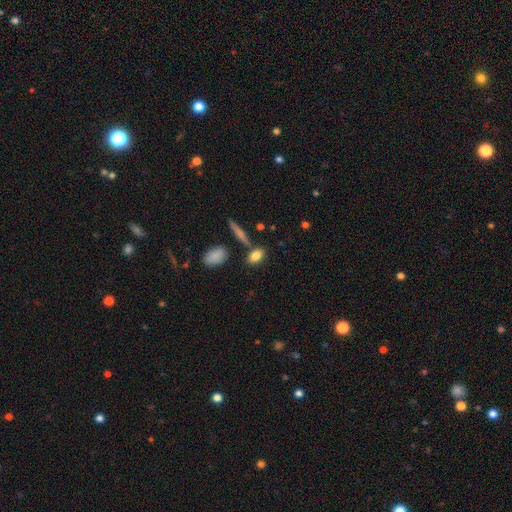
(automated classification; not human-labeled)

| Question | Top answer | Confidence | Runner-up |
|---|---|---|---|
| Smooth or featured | smooth | 81% | featured or disk (11%) |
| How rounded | in between | 82% | round (10%) |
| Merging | none | 73% | minor disturbance (12%) |